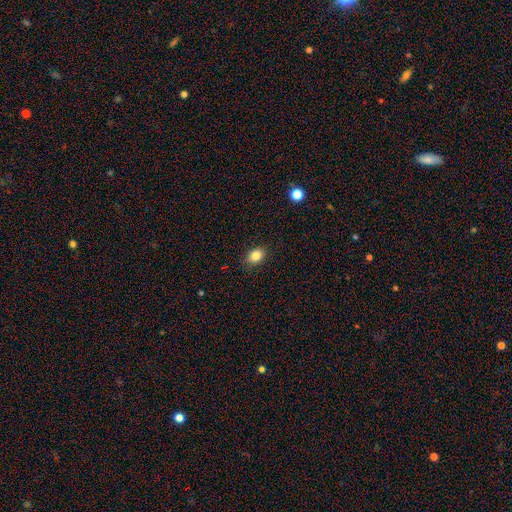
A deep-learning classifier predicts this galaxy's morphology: Overall: smooth (84%). How rounded: in between (74%). Merging: none (86%).